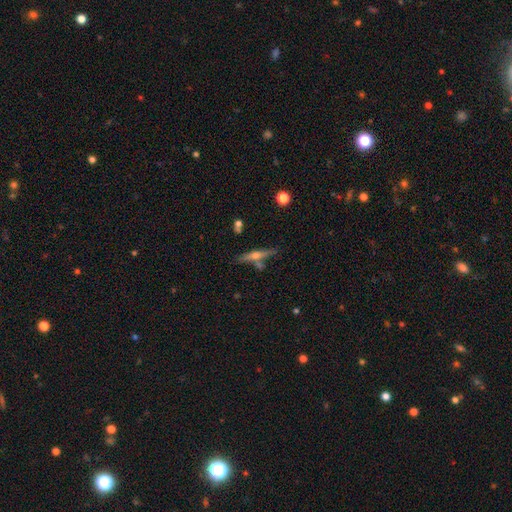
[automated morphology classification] This appears to be a featured or disk galaxy (58%) viewed edge-on (94%) with a rounded central bulge (84%). Merging: none (70%).